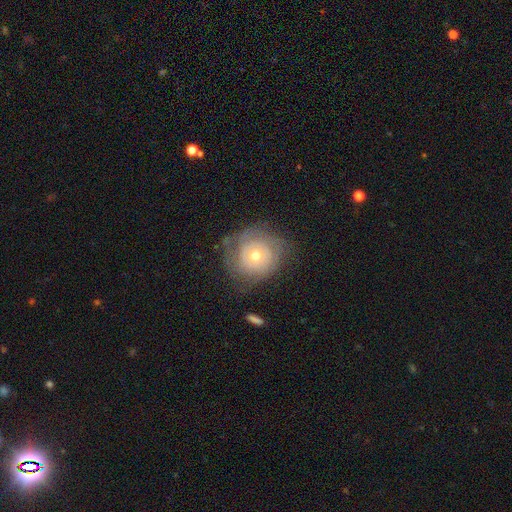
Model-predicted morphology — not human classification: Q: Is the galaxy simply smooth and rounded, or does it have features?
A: featured or disk — 61%.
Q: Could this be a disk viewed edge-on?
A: no — 97%.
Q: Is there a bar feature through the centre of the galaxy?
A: no — 85%.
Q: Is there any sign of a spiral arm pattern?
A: yes — 70%.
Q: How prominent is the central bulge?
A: moderate — 58%.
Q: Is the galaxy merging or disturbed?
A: none — 68%.